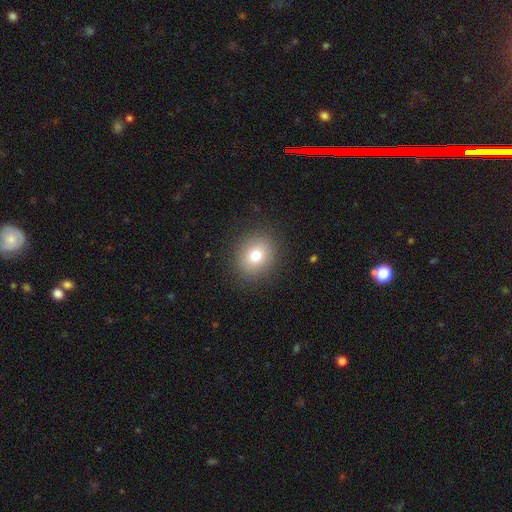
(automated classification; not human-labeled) A smooth galaxy with no disk features (77%) that is round (71%). Merging: none (89%).